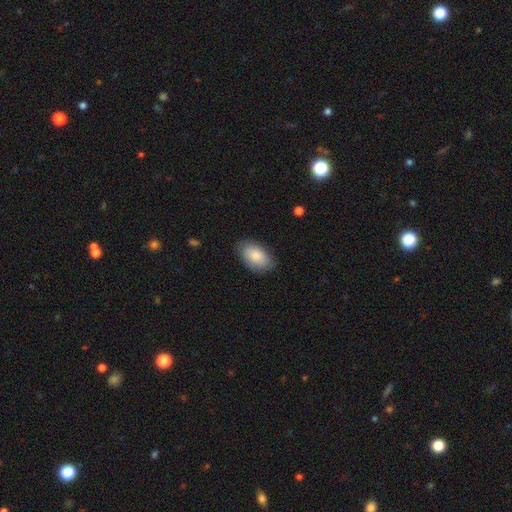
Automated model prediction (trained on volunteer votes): smooth_or_featured: smooth (p=0.83) [alt: featured or disk p=0.11]
how_rounded: in between (p=0.93) [alt: round p=0.06]
merging: none (p=0.82) [alt: minor disturbance p=0.14]